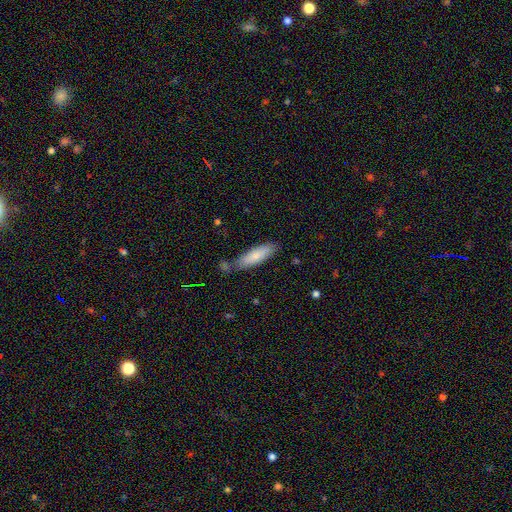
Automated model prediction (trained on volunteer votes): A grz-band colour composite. It shows a smooth galaxy with no disk features (81%) that is cigar-shaped (62%). Merging: none (75%).